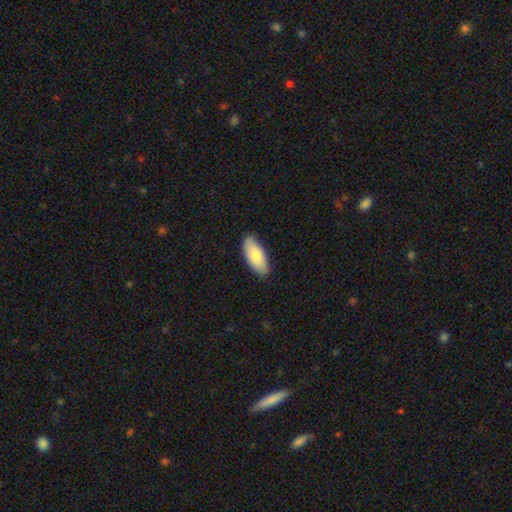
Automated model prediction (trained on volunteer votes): smooth-or-featured: smooth: 79% | featured or disk: 16% | star or artifact: 5%
  how-rounded: in between: 89% | cigar-shaped: 9% | round: 2%
  merging: none: 84% | minor disturbance: 13% | major disturbance: 2% | merger: 1%